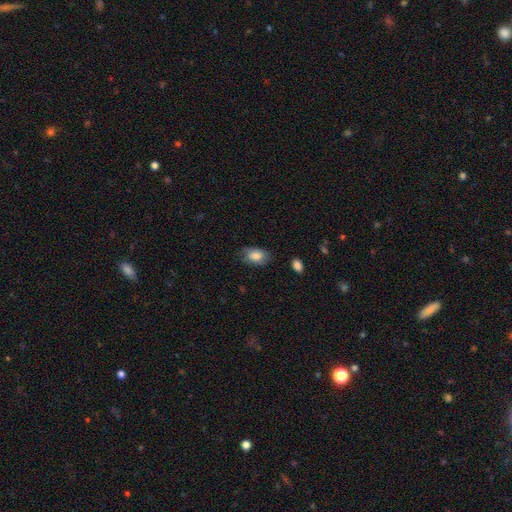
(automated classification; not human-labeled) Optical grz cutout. It shows a smooth galaxy with no disk features (81%) that is in between round and cigar-shaped (89%). Merging: none (75%).